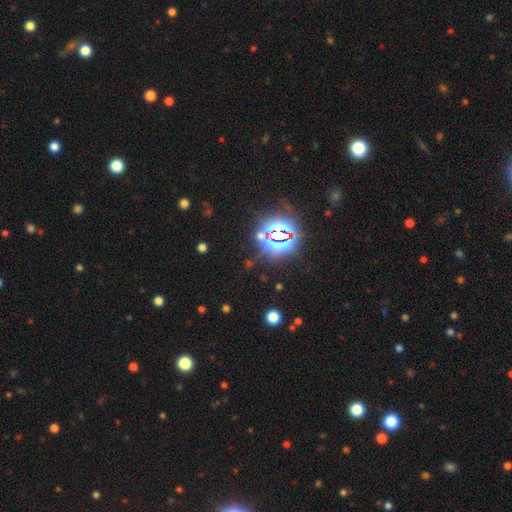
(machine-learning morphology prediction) This is clearly a star or artifact rather than a galaxy (82%).